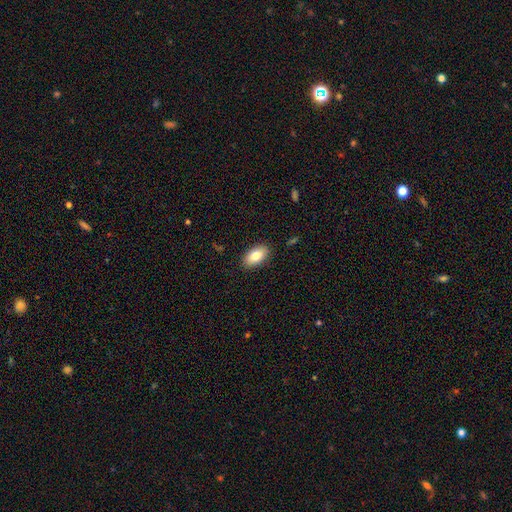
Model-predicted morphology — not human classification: A smooth galaxy with no disk features (82%) that is in between round and cigar-shaped (93%).

Vote fractions:
- Smooth or featured? smooth: 82% / featured or disk: 11% / star or artifact: 7%
- How rounded? in between: 93% / round: 4% / cigar-shaped: 3%
- Merging? none: 88% / minor disturbance: 9% / major disturbance: 2% / merger: 1%